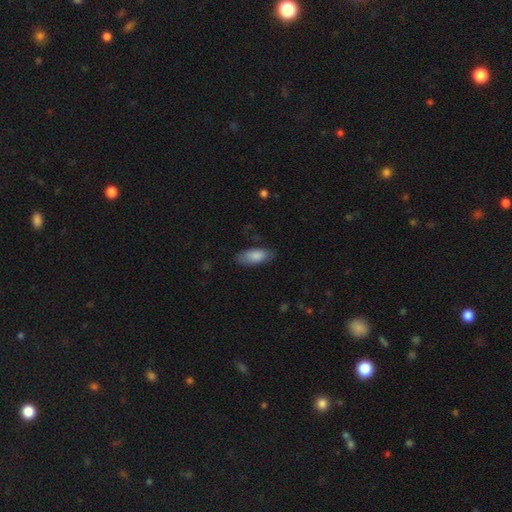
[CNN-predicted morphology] This appears to be a smooth galaxy with no disk features (85%) that is in between round and cigar-shaped (85%). Merging: none (76%).